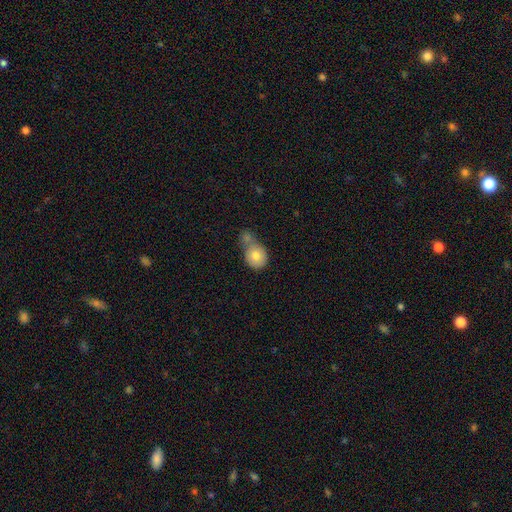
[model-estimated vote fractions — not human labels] A smooth galaxy with no disk features (77%) that is round (69%). Merging: merger (57%).